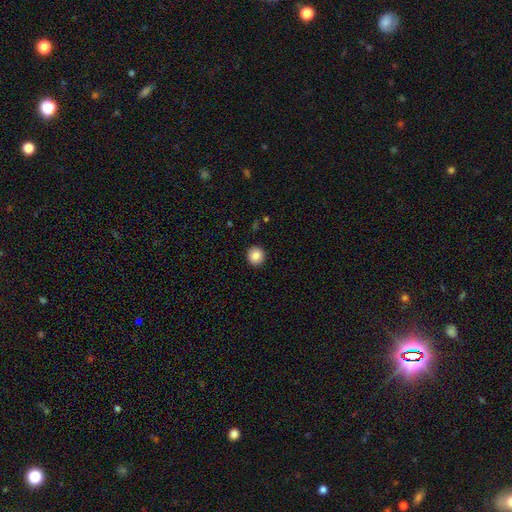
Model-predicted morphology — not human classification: smooth_or_featured: smooth (p=0.86) [alt: star or artifact p=0.09]
how_rounded: round (p=0.91) [alt: in between p=0.08]
merging: none (p=0.92) [alt: minor disturbance p=0.05]